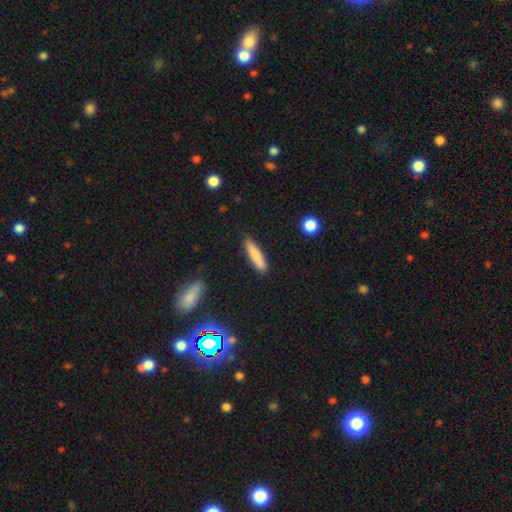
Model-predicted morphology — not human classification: Smooth or featured? smooth (81%)
How rounded? cigar-shaped (82%)
Merging? none (87%)